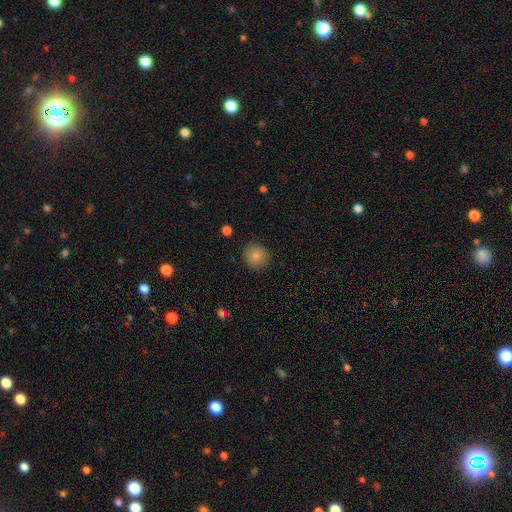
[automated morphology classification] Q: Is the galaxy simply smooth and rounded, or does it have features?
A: smooth — 85%.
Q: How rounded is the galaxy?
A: round — 91%.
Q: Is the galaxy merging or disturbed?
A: none — 88%.